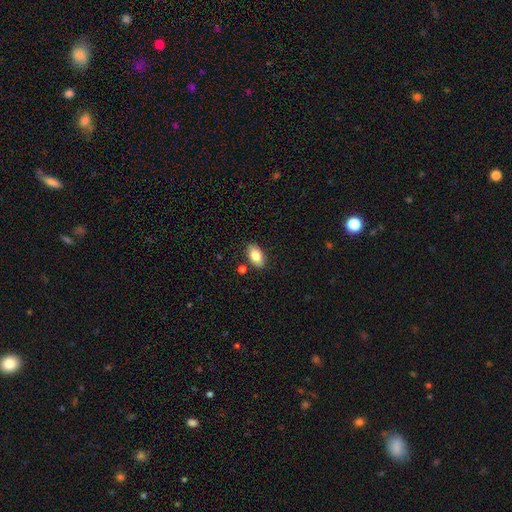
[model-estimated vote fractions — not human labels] smooth_or_featured: smooth (p=0.82) [alt: featured or disk p=0.11]
how_rounded: in between (p=0.92) [alt: round p=0.06]
merging: none (p=0.84) [alt: minor disturbance p=0.10]